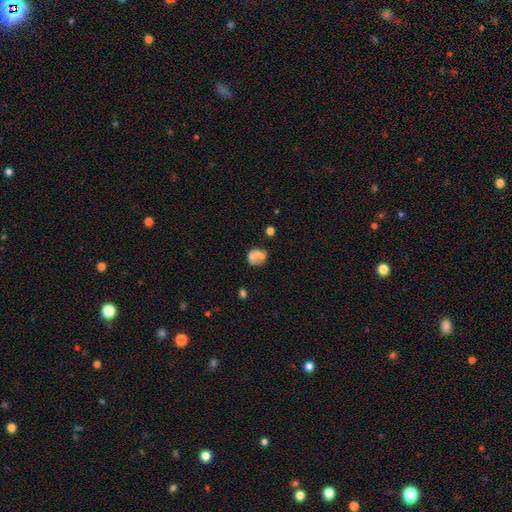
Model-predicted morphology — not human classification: The model was most divided on "merging": none: 46%, minor disturbance: 25%, major disturbance: 16%, merger: 14%. More confident: how rounded — round (64%); smooth or featured — smooth (63%).